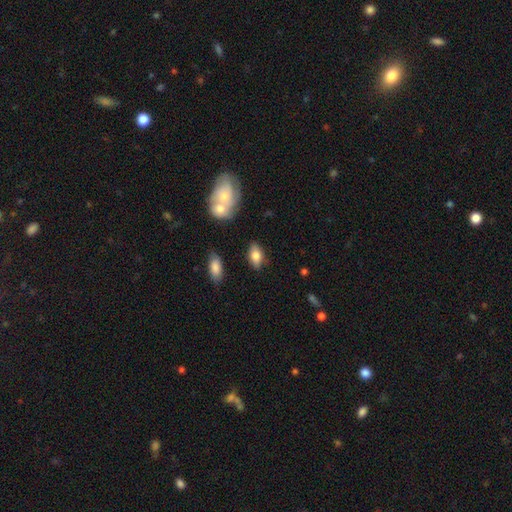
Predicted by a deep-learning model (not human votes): A smooth galaxy with no disk features (76%) that is in between round and cigar-shaped (88%). Merging: none (80%).